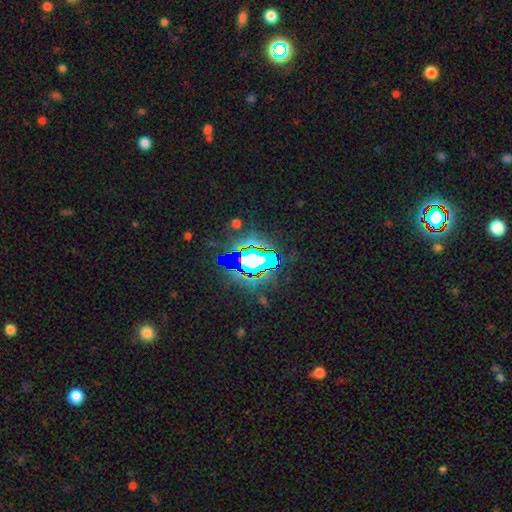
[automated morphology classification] Overall: star or artifact (68%).